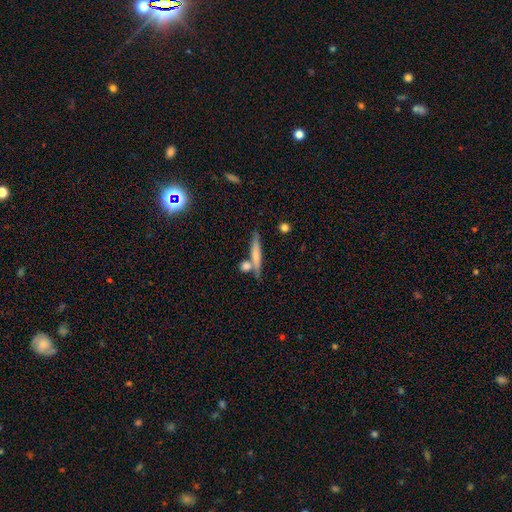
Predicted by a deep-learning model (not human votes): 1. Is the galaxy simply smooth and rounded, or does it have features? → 61% smooth, 33% featured or disk, 7% star or artifact.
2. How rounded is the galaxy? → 87% cigar-shaped, 9% in between, 4% round.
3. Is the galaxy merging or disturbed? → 66% none, 19% merger, 12% minor disturbance, 4% major disturbance.